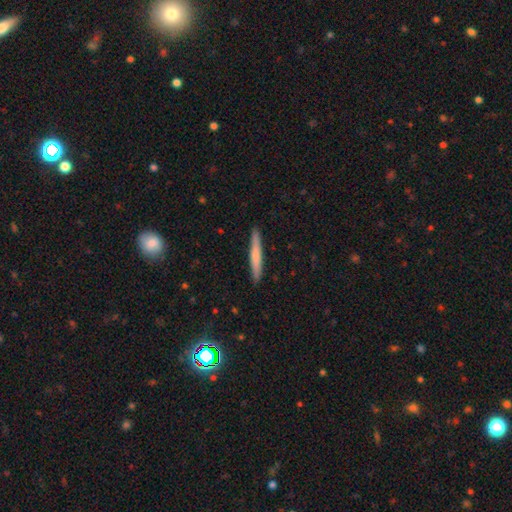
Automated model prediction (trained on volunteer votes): Smooth or featured?
  - smooth: 62% *
  - featured or disk: 33%
  - star or artifact: 6%
How rounded?
  - cigar-shaped: 96% *
  - in between: 3%
  - round: 1%
Merging?
  - none: 91% *
  - minor disturbance: 6%
  - major disturbance: 1%
  - merger: 1%